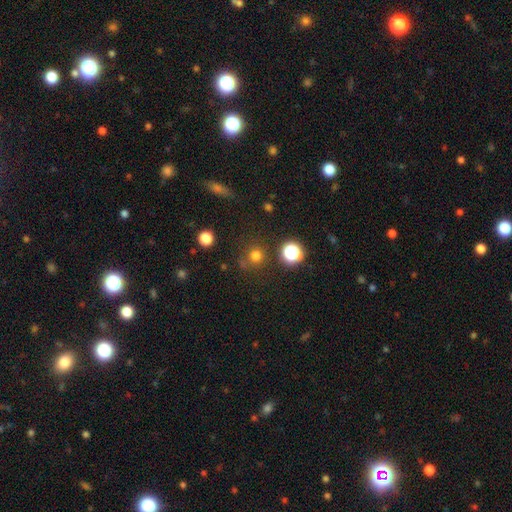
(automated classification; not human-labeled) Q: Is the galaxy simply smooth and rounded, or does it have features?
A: smooth — 73%.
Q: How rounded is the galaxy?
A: round — 92%.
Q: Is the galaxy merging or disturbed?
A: none — 77%.